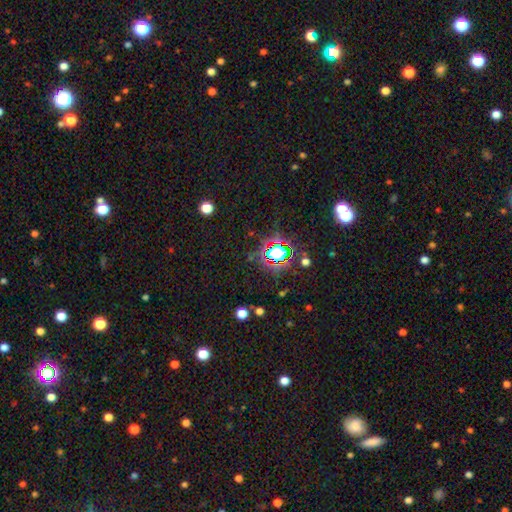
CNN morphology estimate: Smooth or featured? Predicted: star or artifact (p=0.77).